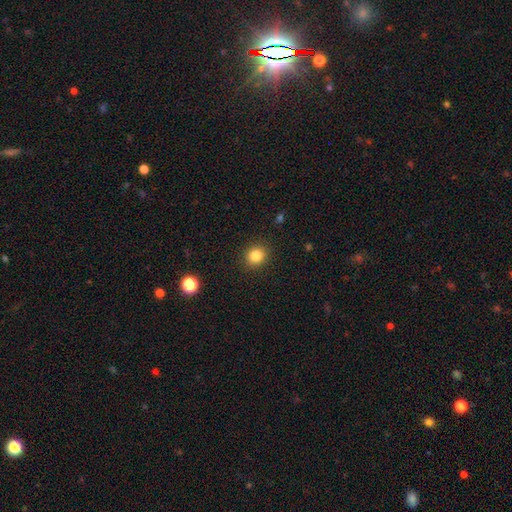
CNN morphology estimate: Smooth or featured?
  - smooth: 84% *
  - star or artifact: 11%
  - featured or disk: 5%
How rounded?
  - round: 80% *
  - in between: 19%
  - cigar-shaped: 1%
Merging?
  - none: 90% *
  - minor disturbance: 7%
  - major disturbance: 2%
  - merger: 1%